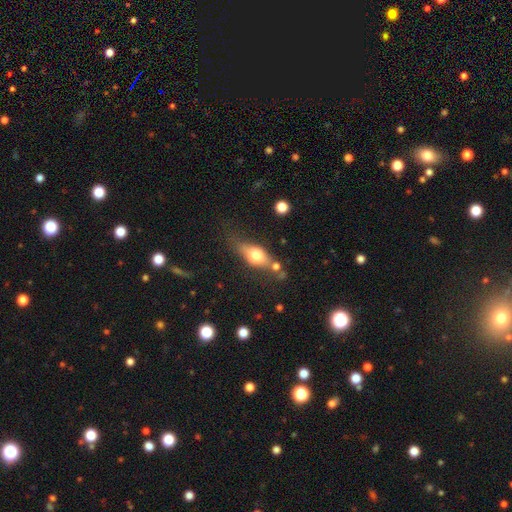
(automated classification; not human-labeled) Smooth or featured?
  - smooth: 63% *
  - featured or disk: 29%
  - star or artifact: 8%
How rounded?
  - in between: 73% *
  - cigar-shaped: 17%
  - round: 10%
Merging?
  - none: 54% *
  - minor disturbance: 25%
  - major disturbance: 11%
  - merger: 11%